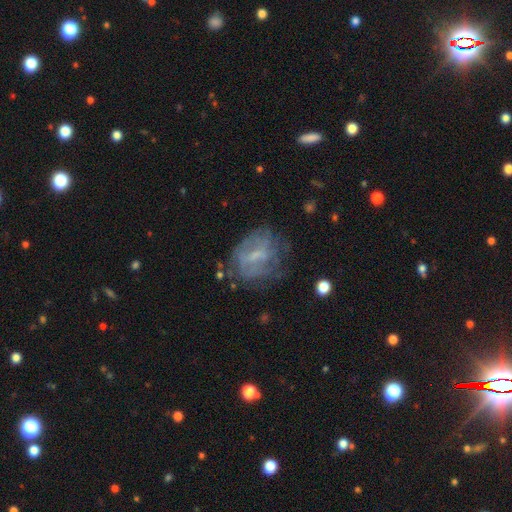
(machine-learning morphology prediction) The model was most divided on "bar": weak: 48%, no: 38%, strong: 14%. More confident: edge-on disk — no (96%); spiral arms — no (59%); smooth or featured — featured or disk (56%); merging — none (55%); bulge size — small (50%).